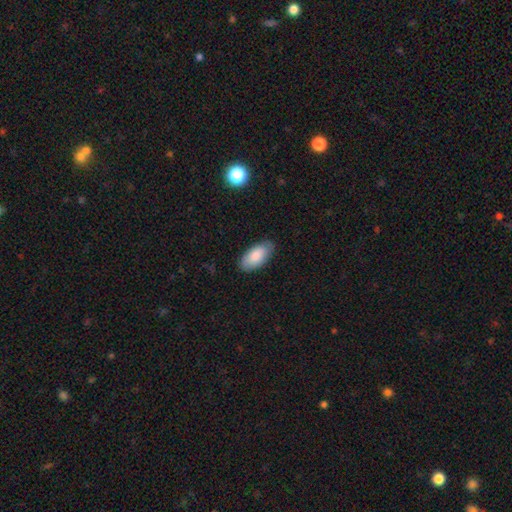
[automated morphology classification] Smooth or featured? smooth (85%)
How rounded? in between (94%)
Merging? none (83%)